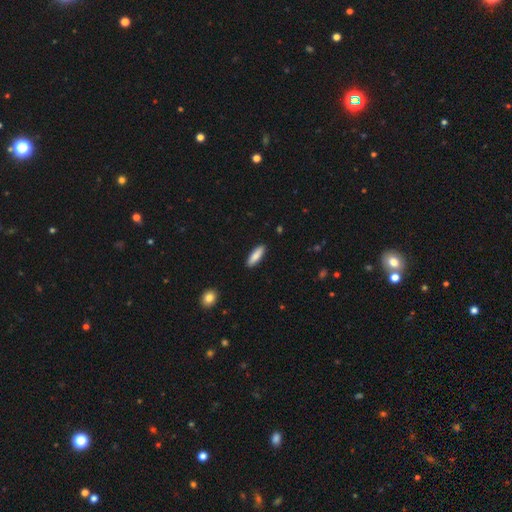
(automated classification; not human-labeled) The model was most divided on "how rounded": cigar-shaped: 59%, in between: 39%, round: 2%. More confident: merging — none (90%); smooth or featured — smooth (84%).